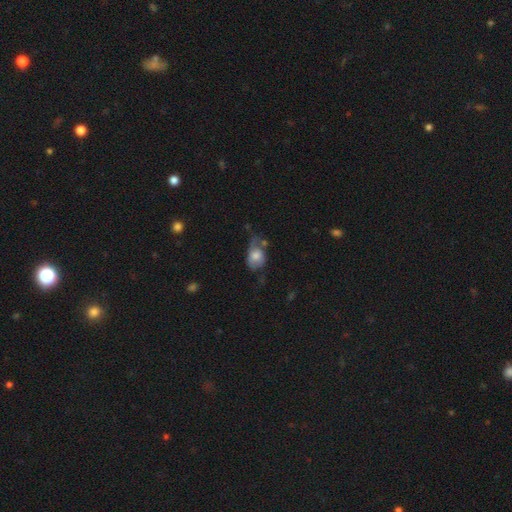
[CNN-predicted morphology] Overall: smooth (63%; featured or disk 29%). How rounded: in between (75%). Merging: minor disturbance (35%; major disturbance 28%).